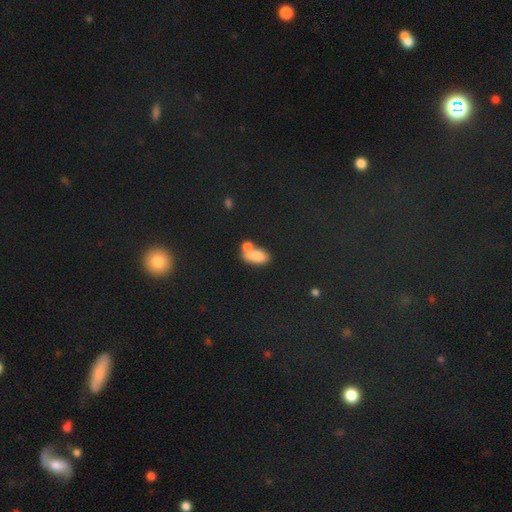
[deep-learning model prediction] This appears to be a smooth galaxy with no disk features (78%) that is in between round and cigar-shaped (86%). Merging: merger (43%).